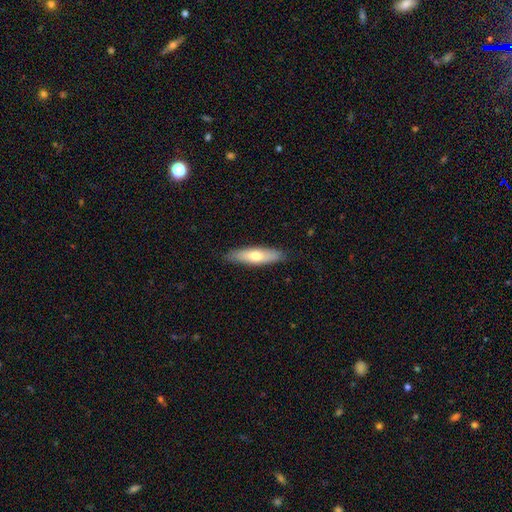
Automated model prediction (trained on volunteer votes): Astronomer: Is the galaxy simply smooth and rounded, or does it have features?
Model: smooth — 64%.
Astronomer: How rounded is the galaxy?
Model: cigar-shaped — 59% (runner-up: in between, 39%).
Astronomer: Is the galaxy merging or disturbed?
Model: none — 86%.